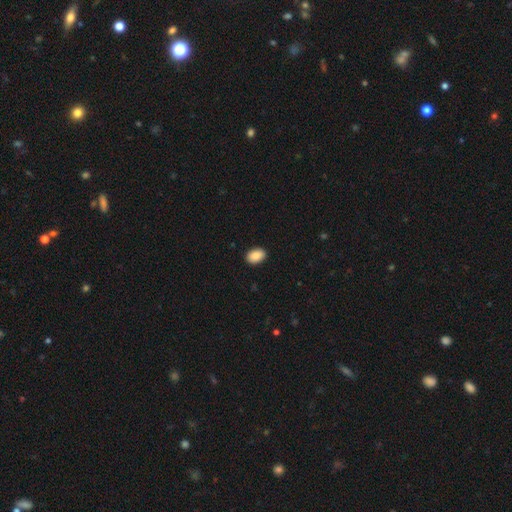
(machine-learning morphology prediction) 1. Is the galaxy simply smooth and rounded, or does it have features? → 89% smooth, 7% star or artifact, 4% featured or disk.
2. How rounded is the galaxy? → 87% in between, 12% round, 1% cigar-shaped.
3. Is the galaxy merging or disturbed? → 90% none, 7% minor disturbance, 2% major disturbance, 1% merger.